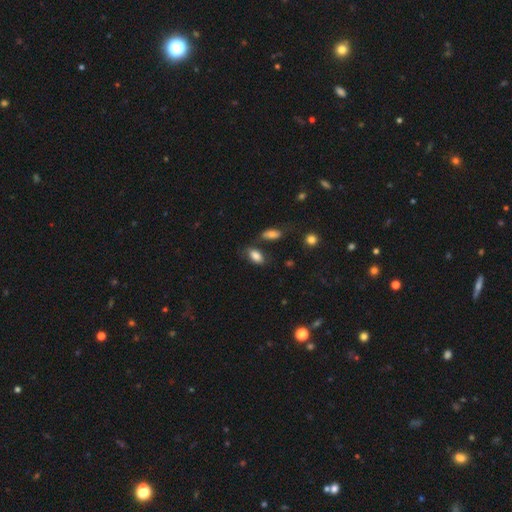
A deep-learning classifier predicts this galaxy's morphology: smooth 84%, star or artifact 8%, featured or disk 8%. Down the decision tree: how rounded — in between (91%); merging — none (64%).